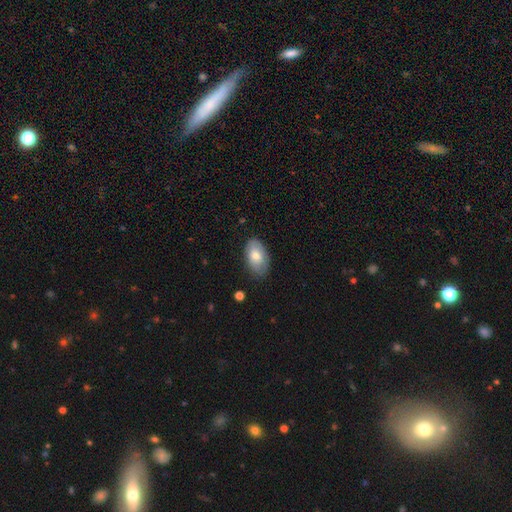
smooth_or_featured: smooth (p=0.79) [alt: featured or disk p=0.13]
how_rounded: in between (p=0.97) [alt: round p=0.03]
merging: none (p=0.71) [alt: minor disturbance p=0.23]